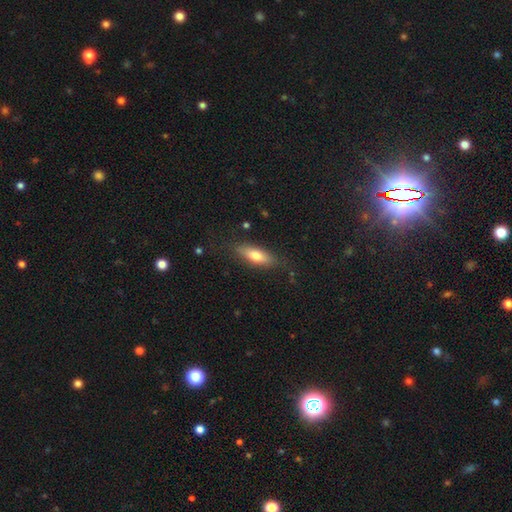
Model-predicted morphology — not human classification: Smooth or featured: smooth — 72% (featured or disk — 22%)
How rounded: in between — 64% (cigar-shaped — 33%)
Merging: none — 80% (minor disturbance — 15%)